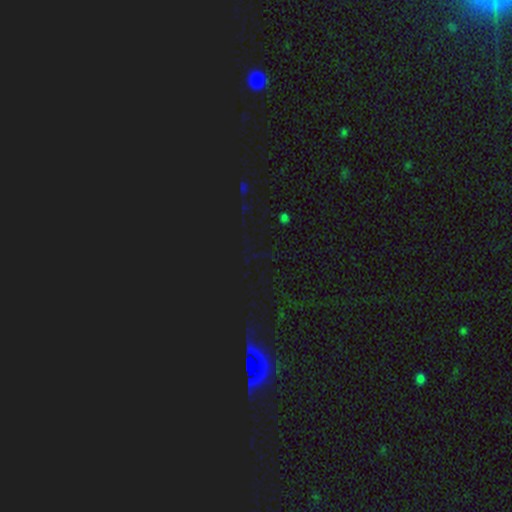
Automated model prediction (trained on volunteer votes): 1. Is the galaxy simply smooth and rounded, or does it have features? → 81% star or artifact, 13% smooth, 6% featured or disk.